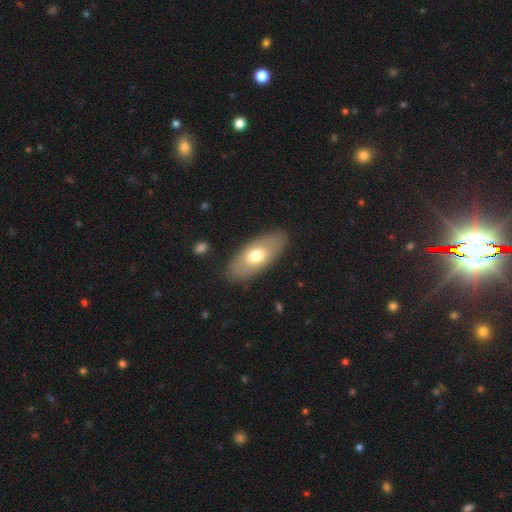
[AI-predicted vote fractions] Smooth or featured: smooth — 62% (featured or disk — 32%)
How rounded: in between — 87% (cigar-shaped — 9%)
Merging: none — 85% (minor disturbance — 10%)